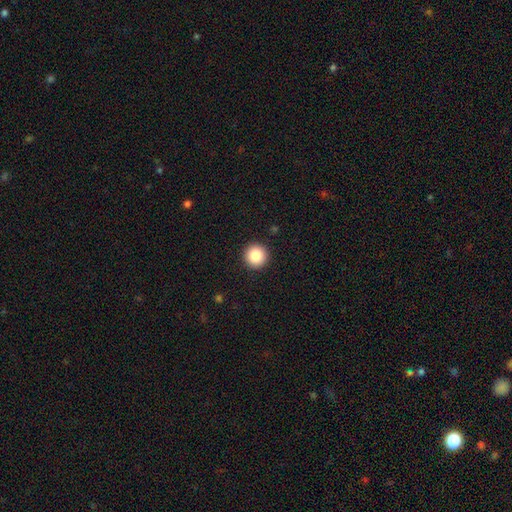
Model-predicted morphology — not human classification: Q: Smooth or featured?
A: smooth (86%); runner-up: star or artifact (9%)
Q: How rounded?
A: round (96%); runner-up: in between (3%)
Q: Merging?
A: none (93%); runner-up: minor disturbance (4%)